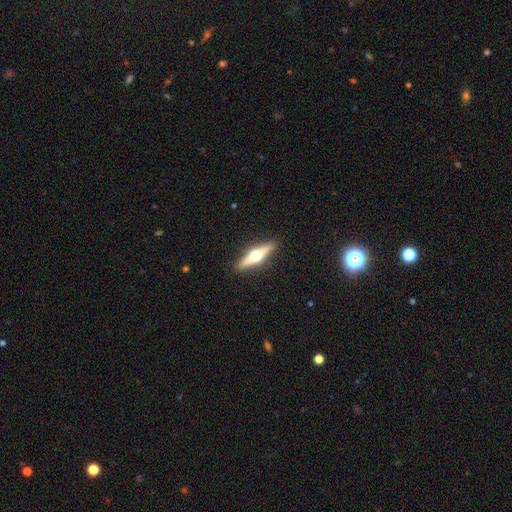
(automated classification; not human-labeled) Smooth or featured: featured or disk — 71% (smooth — 24%)
Edge-on disk: yes — 97% (no — 3%)
Edge-on bulge: rounded — 97% (boxy — 2%)
Merging: none — 91% (minor disturbance — 6%)